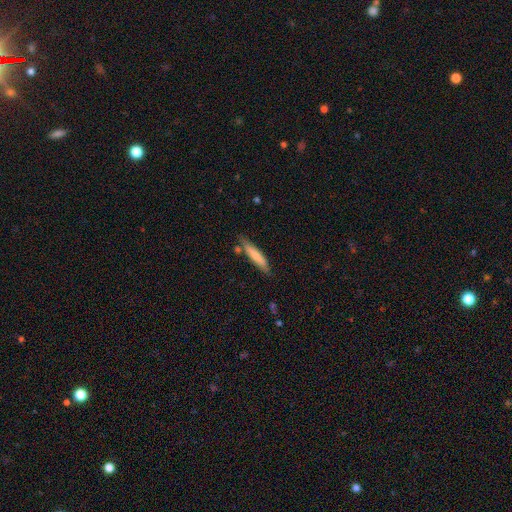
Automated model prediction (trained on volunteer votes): Q: Smooth or featured?
A: smooth (66%); runner-up: featured or disk (28%)
Q: How rounded?
A: cigar-shaped (85%); runner-up: in between (13%)
Q: Merging?
A: none (75%); runner-up: minor disturbance (17%)